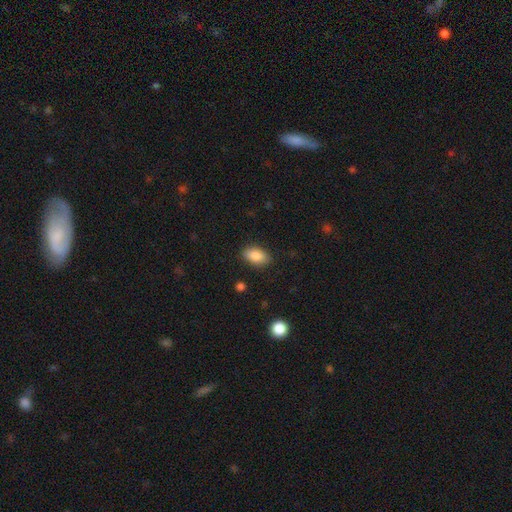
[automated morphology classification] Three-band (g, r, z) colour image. It shows a smooth galaxy with no disk features (87%) that is in between round and cigar-shaped (91%). Merging: none (87%).